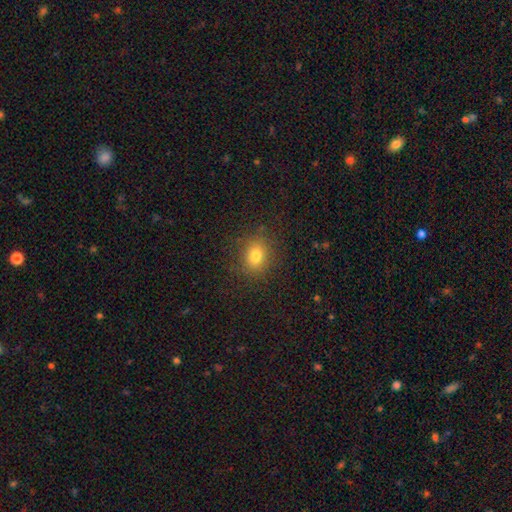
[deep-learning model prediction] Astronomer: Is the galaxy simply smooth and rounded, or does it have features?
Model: smooth — 78%.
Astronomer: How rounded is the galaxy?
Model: round — 58% (runner-up: in between, 41%).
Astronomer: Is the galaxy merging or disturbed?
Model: none — 86%.